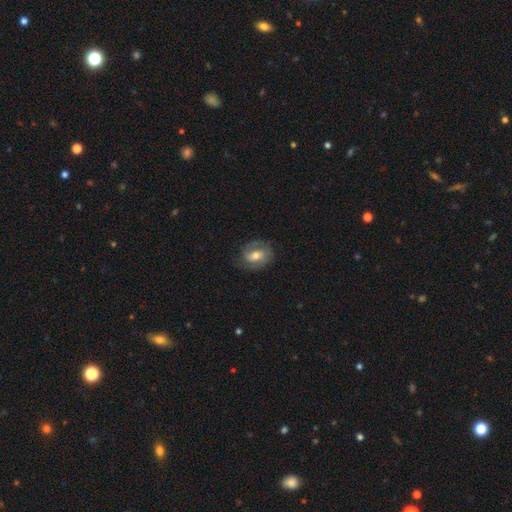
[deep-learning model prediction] Smooth or featured?
  - featured or disk: 58% *
  - smooth: 34%
  - star or artifact: 7%
Edge-on disk?
  - no: 96% *
  - yes: 4%
Bar?
  - no: 47% *
  - weak: 39%
  - strong: 14%
Spiral arms?
  - yes: 81% *
  - no: 19%
Bulge size?
  - moderate: 68% *
  - small: 23%
  - large: 7%
  - none: 1%
  - dominant: 1%
Merging?
  - none: 70% *
  - minor disturbance: 20%
  - major disturbance: 9%
  - merger: 1%